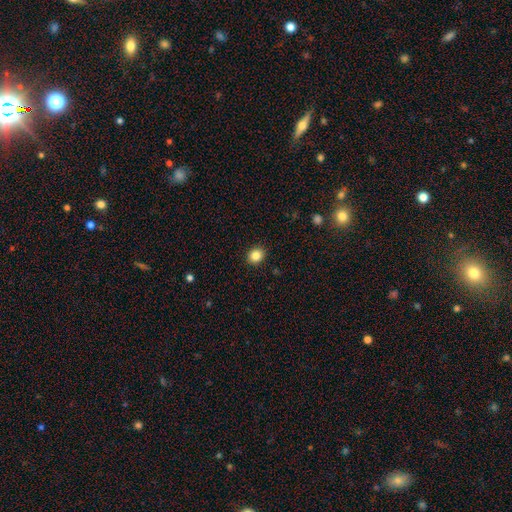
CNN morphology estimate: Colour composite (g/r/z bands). It shows a smooth galaxy with no disk features (85%) that is round (70%). Merging: none (91%).